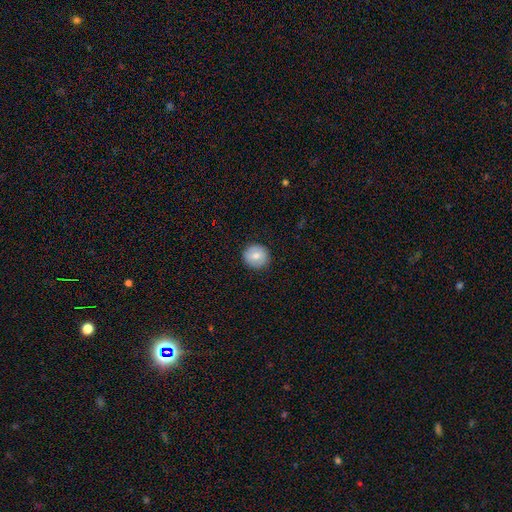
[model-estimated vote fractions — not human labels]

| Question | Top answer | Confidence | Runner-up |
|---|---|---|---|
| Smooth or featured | smooth | 74% | featured or disk (19%) |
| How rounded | round | 92% | in between (7%) |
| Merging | none | 91% | minor disturbance (7%) |